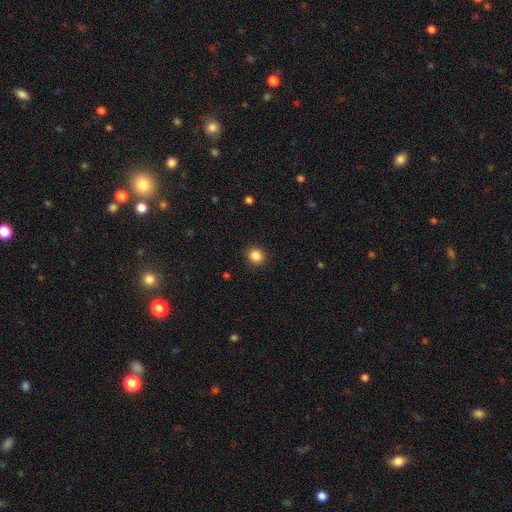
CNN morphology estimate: Smooth or featured? smooth (87%)
How rounded? round (79%)
Merging? none (91%)